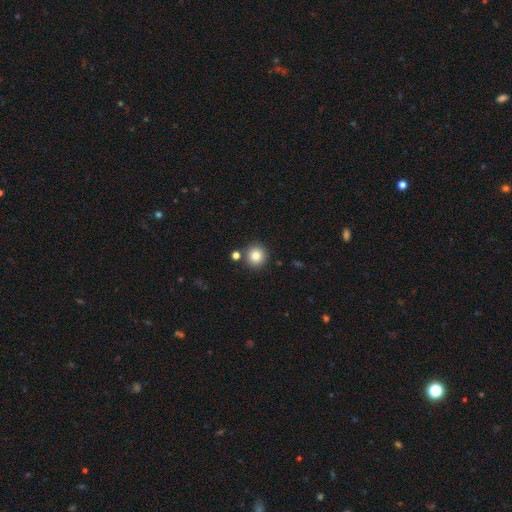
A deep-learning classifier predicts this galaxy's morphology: A smooth galaxy with no disk features (82%) that is round (94%).

Vote fractions:
- Smooth or featured? smooth: 82% / star or artifact: 11% / featured or disk: 7%
- How rounded? round: 94% / in between: 5% / cigar-shaped: 1%
- Merging? none: 83% / merger: 7% / minor disturbance: 7% / major disturbance: 2%